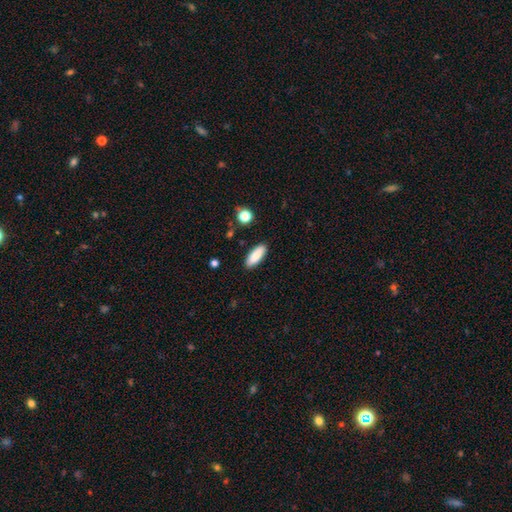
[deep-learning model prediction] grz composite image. It shows a smooth galaxy with no disk features (87%) that is in between round and cigar-shaped (68%). Merging: none (89%).